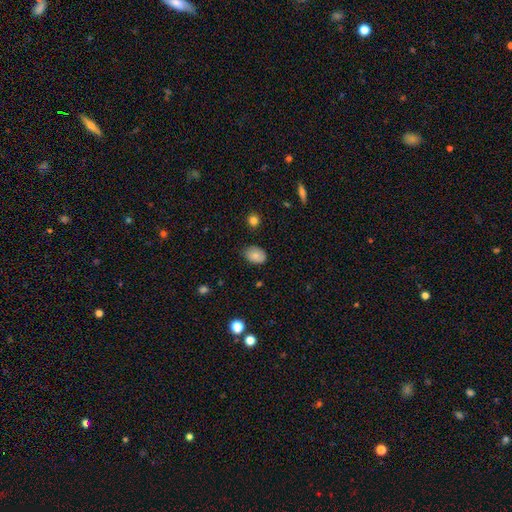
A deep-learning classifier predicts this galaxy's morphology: smooth 82%, featured or disk 9%, star or artifact 9%. Down the decision tree: how rounded — in between (78%); merging — none (76%).